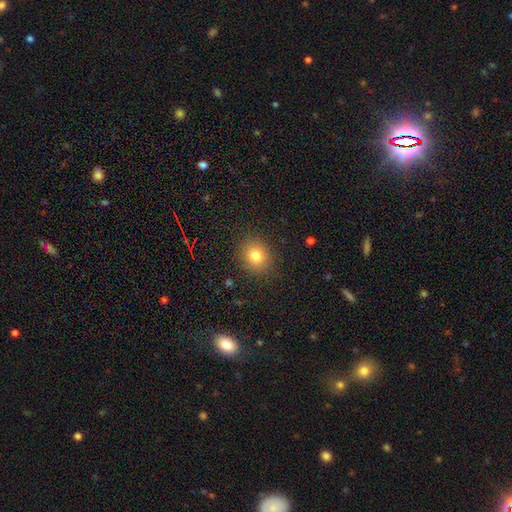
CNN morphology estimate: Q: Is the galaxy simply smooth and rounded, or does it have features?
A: smooth — 81%.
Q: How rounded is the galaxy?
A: round — 75%.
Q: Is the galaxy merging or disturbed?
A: none — 87%.